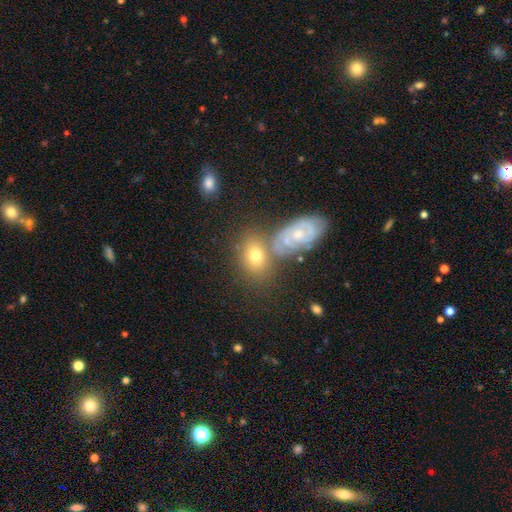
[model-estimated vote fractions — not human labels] Q: Smooth or featured?
A: smooth (51%); runner-up: featured or disk (37%)
Q: How rounded?
A: in between (68%); runner-up: round (30%)
Q: Merging?
A: none (57%); runner-up: merger (23%)